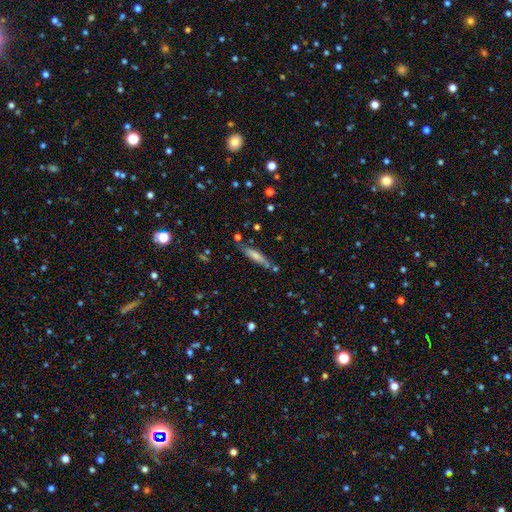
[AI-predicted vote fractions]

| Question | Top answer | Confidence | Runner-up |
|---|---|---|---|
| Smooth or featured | smooth | 63% | featured or disk (30%) |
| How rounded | cigar-shaped | 85% | in between (13%) |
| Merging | none | 74% | minor disturbance (16%) |